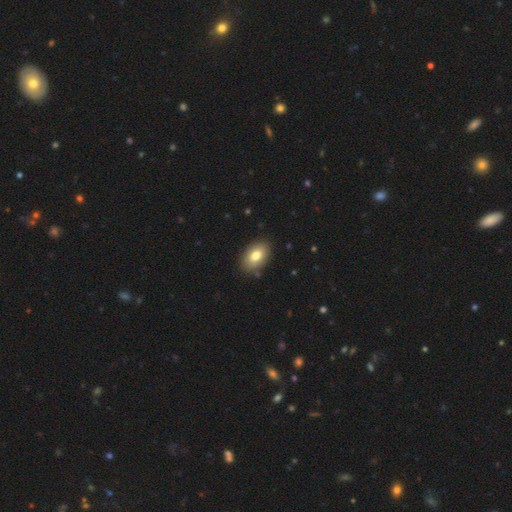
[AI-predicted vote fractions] smooth 78%, featured or disk 14%, star or artifact 7%. Down the decision tree: how rounded — in between (92%); merging — none (87%).